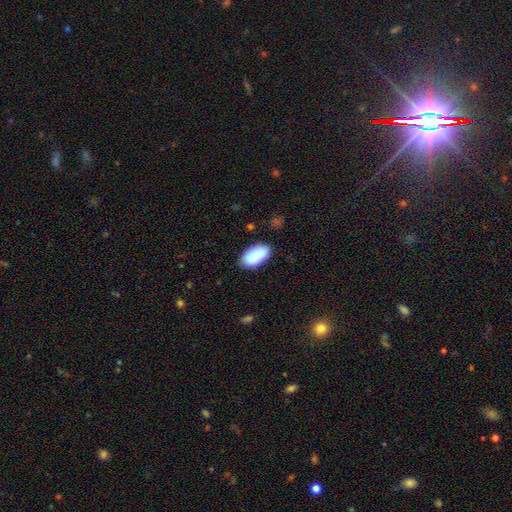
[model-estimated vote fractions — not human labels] Smooth or featured: smooth — 88% (star or artifact — 6%)
How rounded: in between — 95% (round — 3%)
Merging: none — 83% (minor disturbance — 13%)